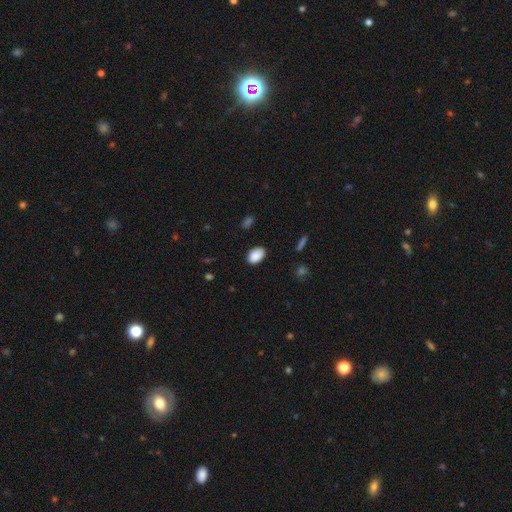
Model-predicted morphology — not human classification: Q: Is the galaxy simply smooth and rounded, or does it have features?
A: smooth — 89%.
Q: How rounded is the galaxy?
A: in between — 87%.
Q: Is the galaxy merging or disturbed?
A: none — 86%.